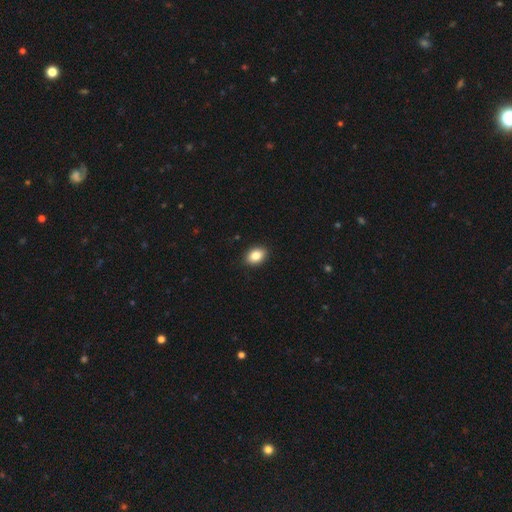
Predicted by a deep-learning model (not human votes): A smooth galaxy with no disk features (86%) that is in between round and cigar-shaped (81%).

Vote fractions:
- Smooth or featured? smooth: 86% / star or artifact: 8% / featured or disk: 6%
- How rounded? in between: 81% / round: 18% / cigar-shaped: 1%
- Merging? none: 91% / minor disturbance: 7% / major disturbance: 2% / merger: 1%